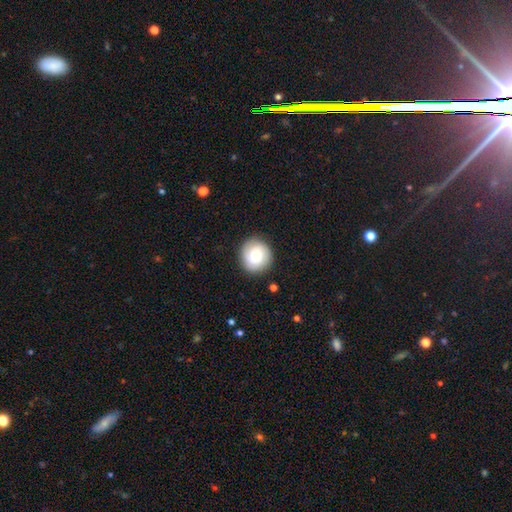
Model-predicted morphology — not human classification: Smooth or featured?
  - smooth: 71% *
  - featured or disk: 21%
  - star or artifact: 7%
How rounded?
  - round: 91% *
  - in between: 8%
  - cigar-shaped: 1%
Merging?
  - none: 87% *
  - minor disturbance: 9%
  - major disturbance: 3%
  - merger: 1%